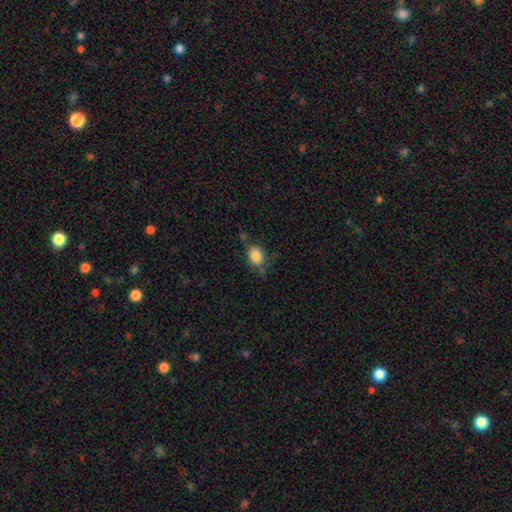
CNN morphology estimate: The model was most divided on "how rounded": in between: 63%, round: 36%, cigar-shaped: 1%. More confident: smooth or featured — smooth (86%); merging — none (67%).